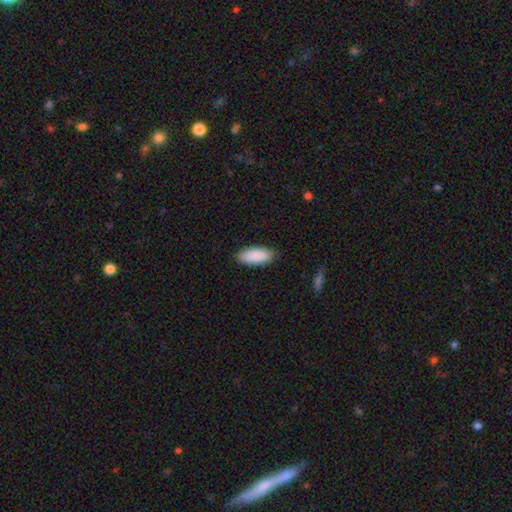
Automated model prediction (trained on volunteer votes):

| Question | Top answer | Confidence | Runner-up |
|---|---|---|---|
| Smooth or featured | smooth | 91% | star or artifact (6%) |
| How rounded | in between | 86% | cigar-shaped (12%) |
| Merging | none | 86% | minor disturbance (10%) |